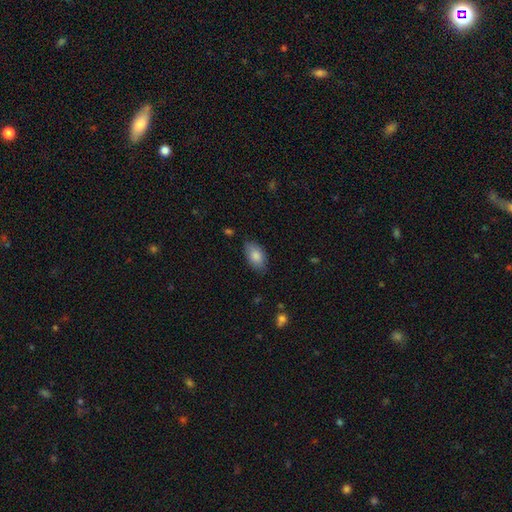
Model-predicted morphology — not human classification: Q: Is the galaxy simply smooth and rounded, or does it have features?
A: smooth — 84%.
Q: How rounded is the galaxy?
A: in between — 93%.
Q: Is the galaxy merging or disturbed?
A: none — 74%.